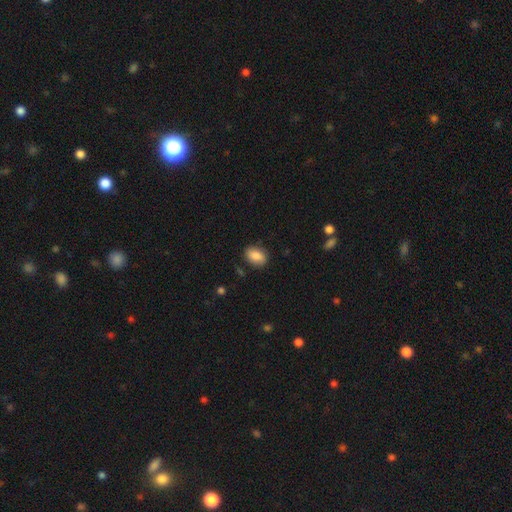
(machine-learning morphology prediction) This appears to be a smooth galaxy with no disk features (85%) that is in between round and cigar-shaped (81%). Merging: none (83%).